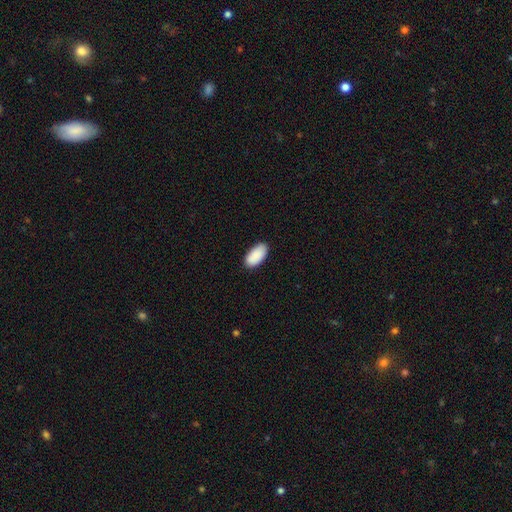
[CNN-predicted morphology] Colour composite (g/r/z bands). It shows a smooth galaxy with no disk features (91%) that is in between round and cigar-shaped (96%). Merging: none (87%).